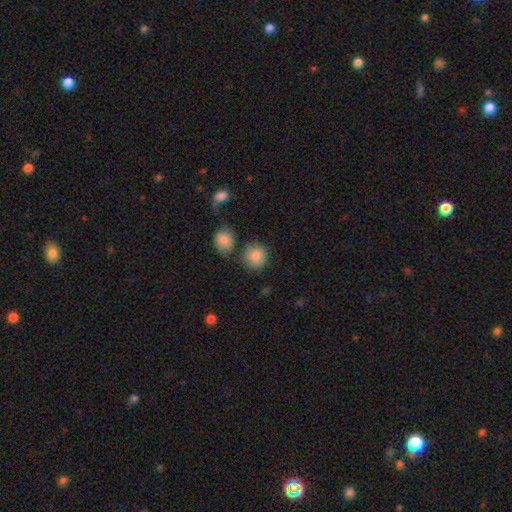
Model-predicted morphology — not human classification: This is clearly a smooth galaxy (87%). How rounded: clearly round (88%). Merging: likely none (70%).